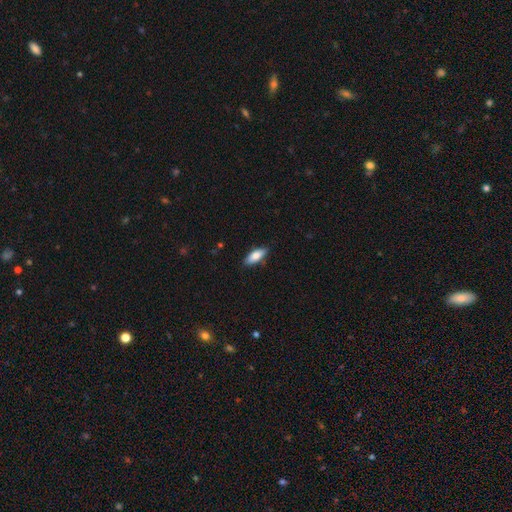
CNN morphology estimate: Smooth or featured? Predicted: smooth (p=0.80). How rounded? Predicted: in between (p=0.76). Merging? Predicted: none (p=0.85).